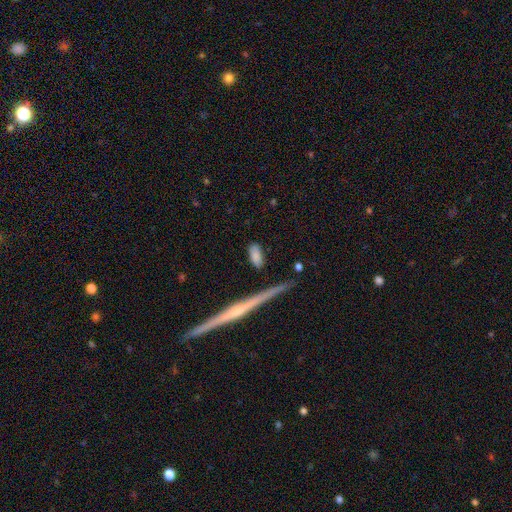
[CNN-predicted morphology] Smooth or featured: smooth — 82% (featured or disk — 11%)
How rounded: in between — 79% (cigar-shaped — 17%)
Merging: none — 78% (minor disturbance — 15%)